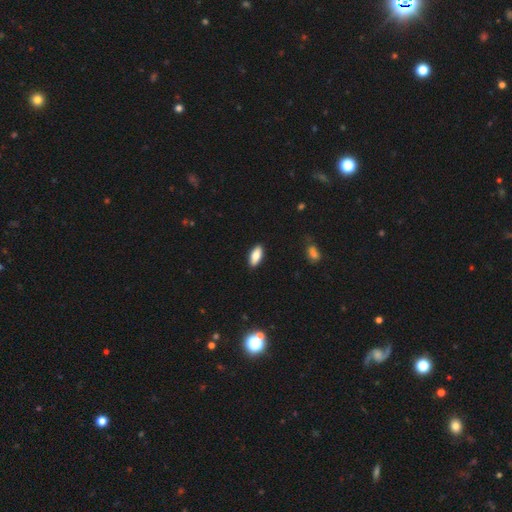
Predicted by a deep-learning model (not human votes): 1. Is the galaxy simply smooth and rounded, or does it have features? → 81% smooth, 12% featured or disk, 6% star or artifact.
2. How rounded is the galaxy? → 80% in between, 18% cigar-shaped, 2% round.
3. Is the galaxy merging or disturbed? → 89% none, 9% minor disturbance, 2% major disturbance, 1% merger.